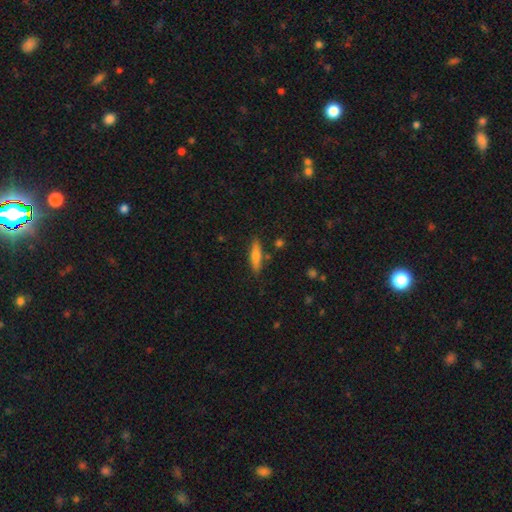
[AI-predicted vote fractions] smooth-or-featured: smooth: 64% | featured or disk: 29% | star or artifact: 7%
  how-rounded: cigar-shaped: 75% | in between: 23% | round: 2%
  merging: none: 83% | minor disturbance: 11% | merger: 4% | major disturbance: 3%